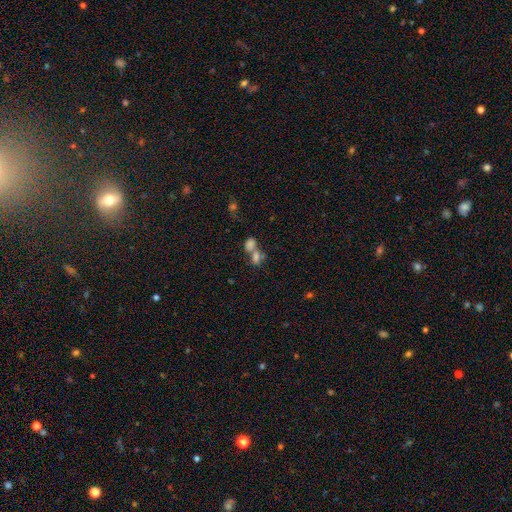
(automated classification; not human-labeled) Q: Smooth or featured?
A: smooth (72%); runner-up: featured or disk (15%)
Q: How rounded?
A: in between (74%); runner-up: round (22%)
Q: Merging?
A: merger (67%); runner-up: none (21%)